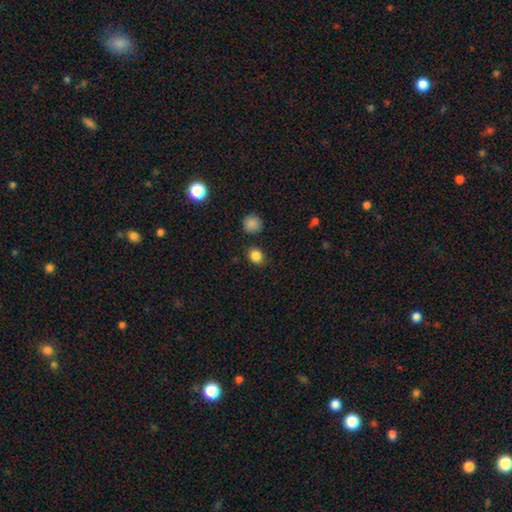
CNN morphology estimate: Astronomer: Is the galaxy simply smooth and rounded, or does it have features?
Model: smooth — 85%.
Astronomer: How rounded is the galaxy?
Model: round — 57% (runner-up: in between, 42%).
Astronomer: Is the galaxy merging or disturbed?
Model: none — 83%.